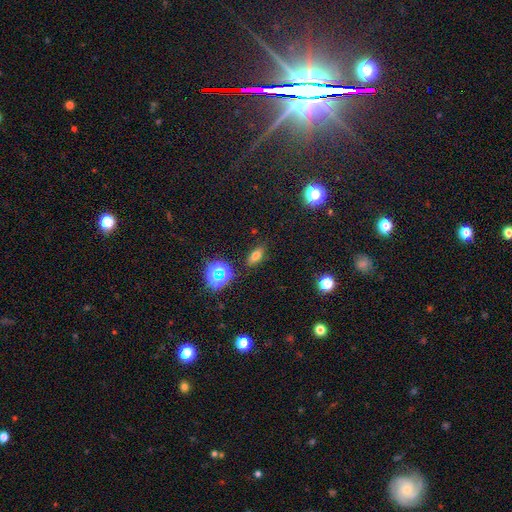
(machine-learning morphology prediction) Smooth or featured?
  - smooth: 67% *
  - star or artifact: 20%
  - featured or disk: 13%
How rounded?
  - in between: 76% *
  - cigar-shaped: 13%
  - round: 11%
Merging?
  - none: 86% *
  - minor disturbance: 9%
  - major disturbance: 3%
  - merger: 2%